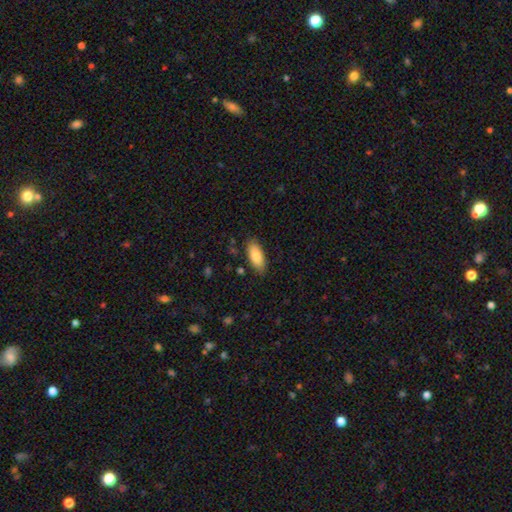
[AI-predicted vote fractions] smooth_or_featured: smooth (p=0.83) [alt: featured or disk p=0.10]
how_rounded: in between (p=0.86) [alt: cigar-shaped p=0.12]
merging: none (p=0.84) [alt: minor disturbance p=0.12]